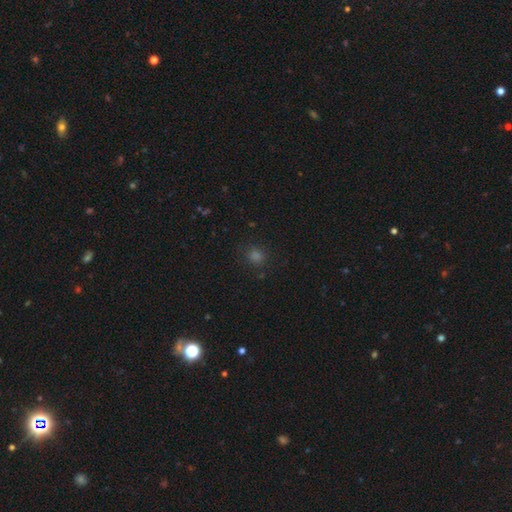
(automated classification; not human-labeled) smooth_or_featured: smooth (p=0.68) [alt: star or artifact p=0.27]
how_rounded: round (p=0.86) [alt: in between p=0.13]
merging: none (p=0.87) [alt: minor disturbance p=0.08]